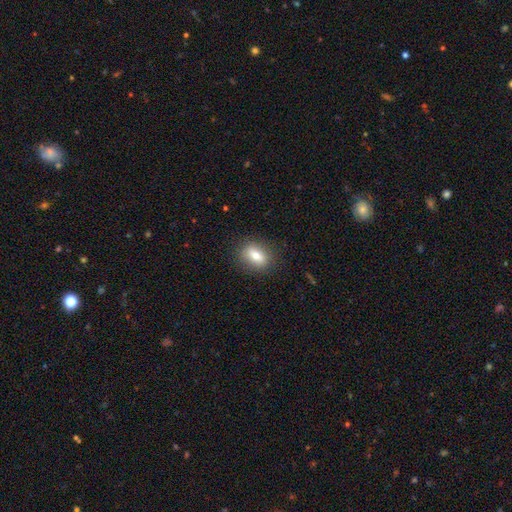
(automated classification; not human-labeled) A smooth galaxy with no disk features (71%) that is in between round and cigar-shaped (65%).

Vote fractions:
- Smooth or featured? smooth: 71% / featured or disk: 20% / star or artifact: 9%
- How rounded? in between: 65% / round: 30% / cigar-shaped: 5%
- Merging? none: 86% / minor disturbance: 10% / major disturbance: 3% / merger: 1%